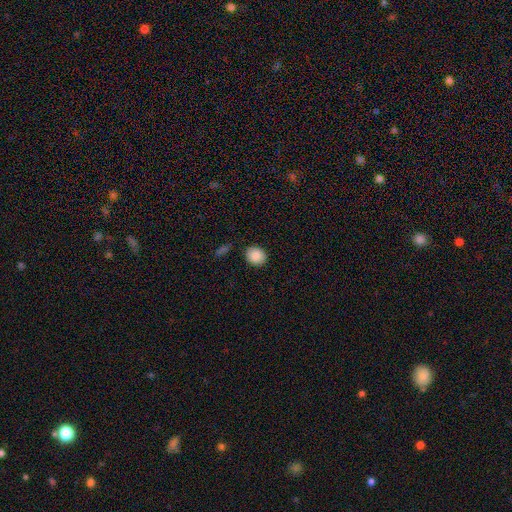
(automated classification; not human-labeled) Overall: smooth (87%). How rounded: round (75%). Merging: none (87%).